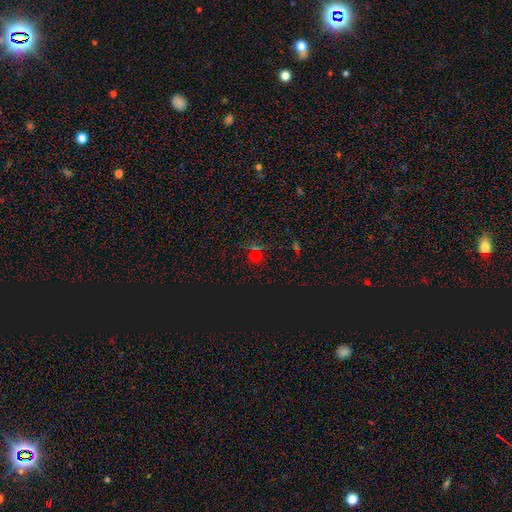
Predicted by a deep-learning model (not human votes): smooth-or-featured: star or artifact: 60% | smooth: 34% | featured or disk: 7%